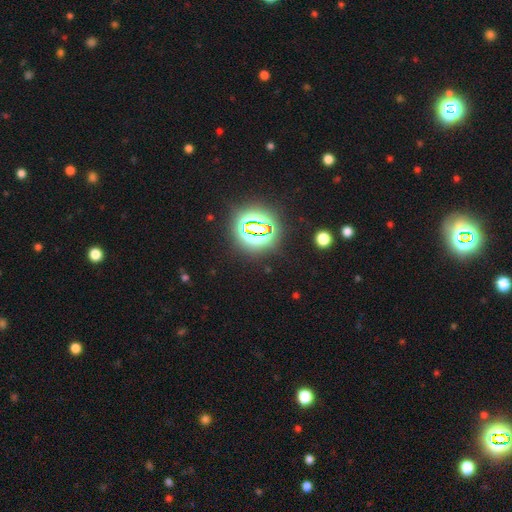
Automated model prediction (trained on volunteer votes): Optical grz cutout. It shows a star or artifact, not a galaxy (83%).